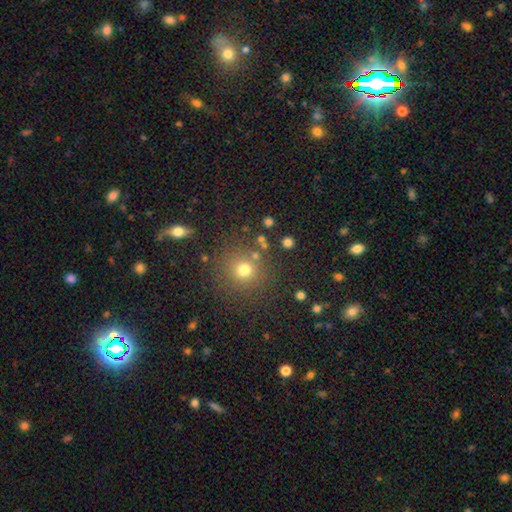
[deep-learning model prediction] Morphology: type=smooth (70%); roundness=round (93%); merging=none (84%).